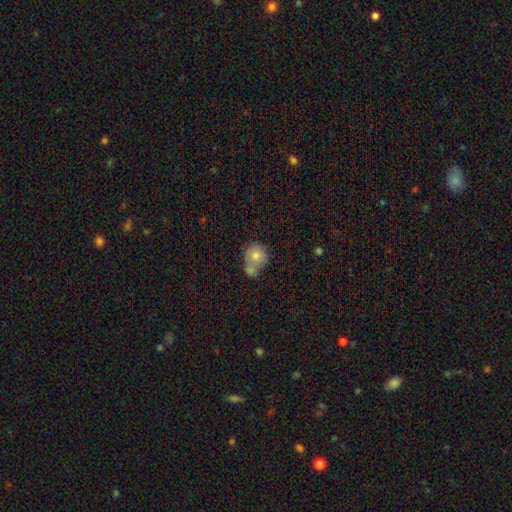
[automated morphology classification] Q: Smooth or featured?
A: smooth (76%); runner-up: featured or disk (16%)
Q: How rounded?
A: round (76%); runner-up: in between (23%)
Q: Merging?
A: merger (52%); runner-up: none (30%)